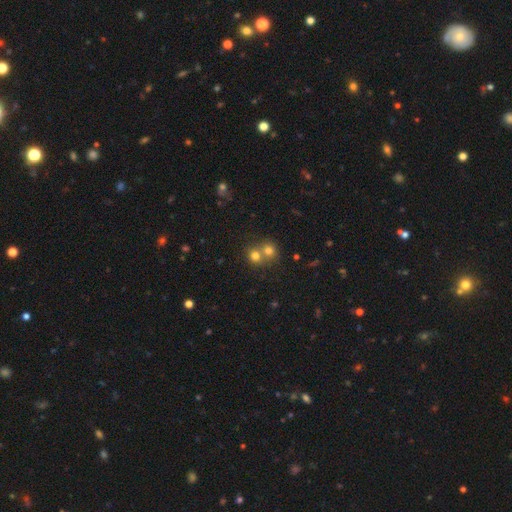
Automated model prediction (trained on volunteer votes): A smooth galaxy with no disk features (74%) that is round (85%).

Vote fractions:
- Smooth or featured? smooth: 74% / star or artifact: 15% / featured or disk: 11%
- How rounded? round: 85% / in between: 14% / cigar-shaped: 1%
- Merging? merger: 52% / none: 41% / minor disturbance: 5% / major disturbance: 2%